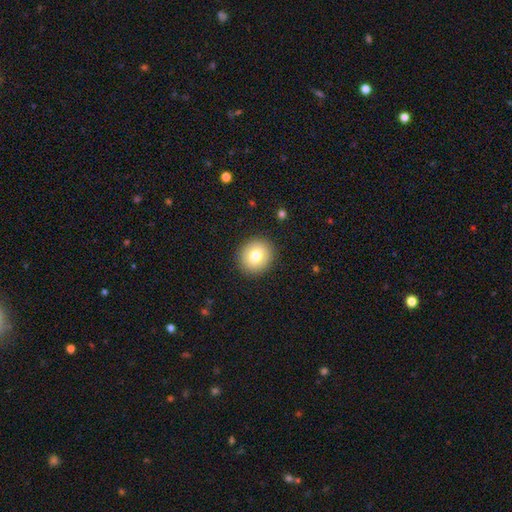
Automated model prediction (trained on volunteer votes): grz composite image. It shows a smooth galaxy with no disk features (78%) that is round (80%). Merging: none (90%).